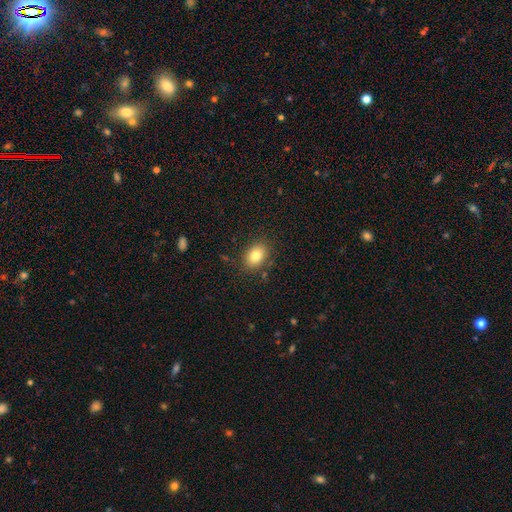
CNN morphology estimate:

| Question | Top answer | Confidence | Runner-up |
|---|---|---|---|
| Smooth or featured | smooth | 81% | featured or disk (10%) |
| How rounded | in between | 70% | round (29%) |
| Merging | none | 84% | minor disturbance (11%) |